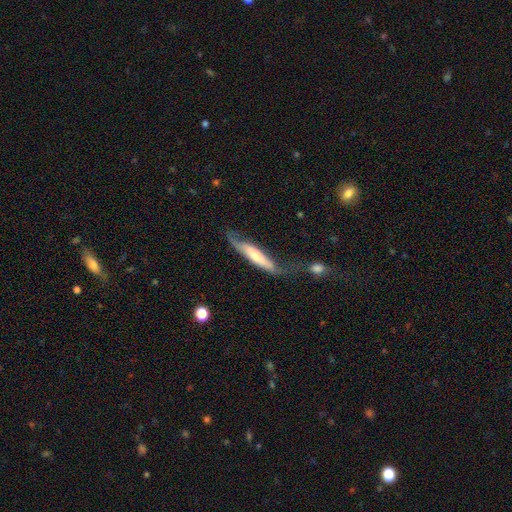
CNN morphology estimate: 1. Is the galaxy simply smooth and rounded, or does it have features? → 52% smooth, 43% featured or disk, 5% star or artifact.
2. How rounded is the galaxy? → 80% cigar-shaped, 19% in between, 2% round.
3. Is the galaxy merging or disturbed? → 36% none, 26% minor disturbance, 26% major disturbance, 12% merger.